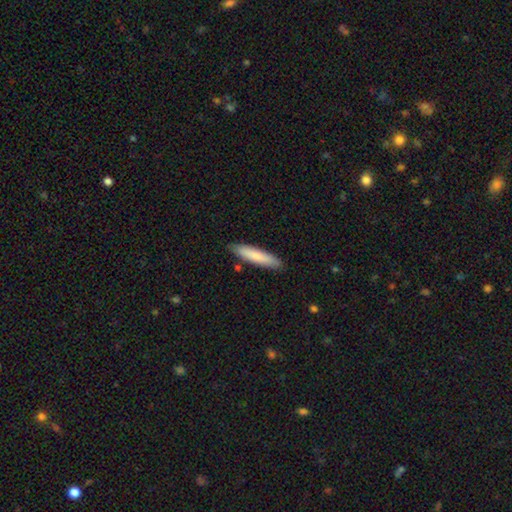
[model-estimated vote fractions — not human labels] Smooth or featured?
  - smooth: 81% *
  - featured or disk: 14%
  - star or artifact: 5%
How rounded?
  - cigar-shaped: 85% *
  - in between: 14%
  - round: 1%
Merging?
  - none: 87% *
  - minor disturbance: 10%
  - merger: 2%
  - major disturbance: 2%